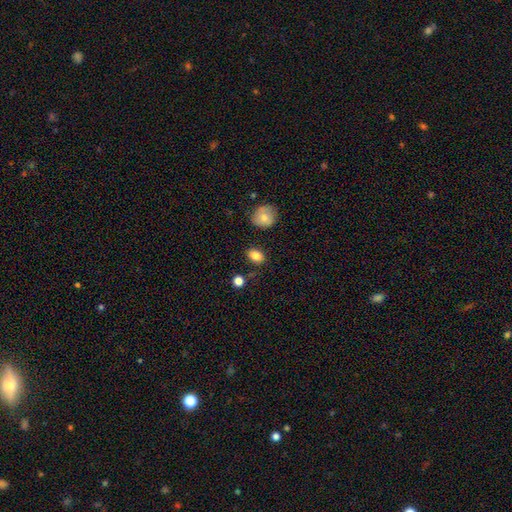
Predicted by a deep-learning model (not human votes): smooth_or_featured: smooth (p=0.84) [alt: star or artifact p=0.09]
how_rounded: in between (p=0.77) [alt: round p=0.22]
merging: none (p=0.83) [alt: minor disturbance p=0.11]